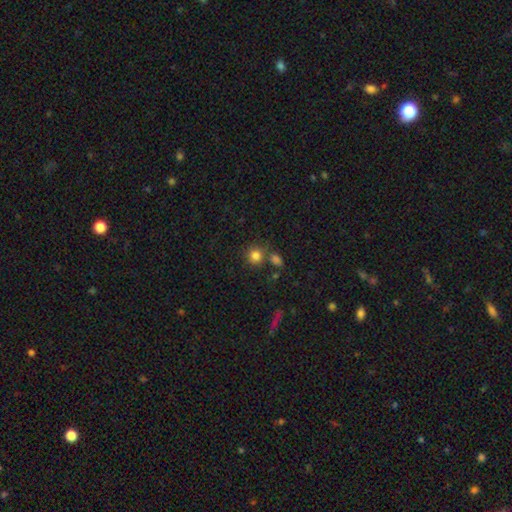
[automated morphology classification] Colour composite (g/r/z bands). It shows a smooth galaxy with no disk features (82%) that is round (88%). Merging: none (68%).